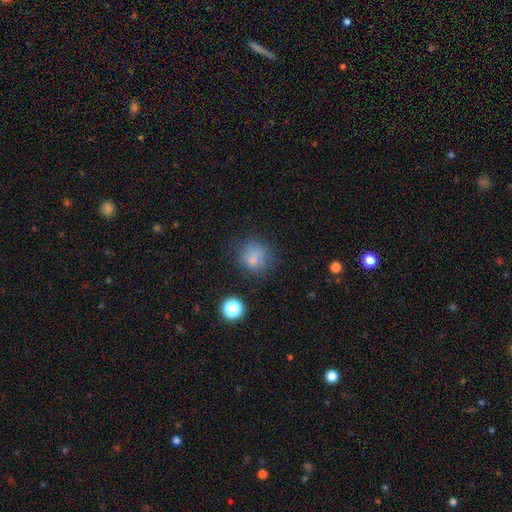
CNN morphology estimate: Q: Smooth or featured?
A: smooth (78%); runner-up: star or artifact (15%)
Q: How rounded?
A: round (85%); runner-up: in between (14%)
Q: Merging?
A: none (74%); runner-up: minor disturbance (16%)